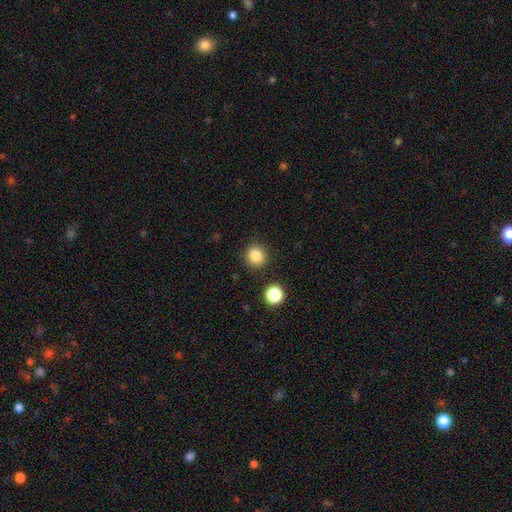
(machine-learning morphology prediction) Smooth or featured? Predicted: smooth (p=0.85). How rounded? Predicted: round (p=0.90). Merging? Predicted: none (p=0.88).